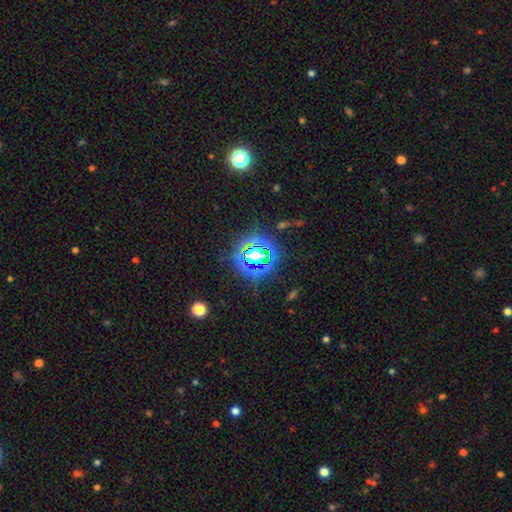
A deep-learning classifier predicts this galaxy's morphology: Smooth or featured? star or artifact (71%)